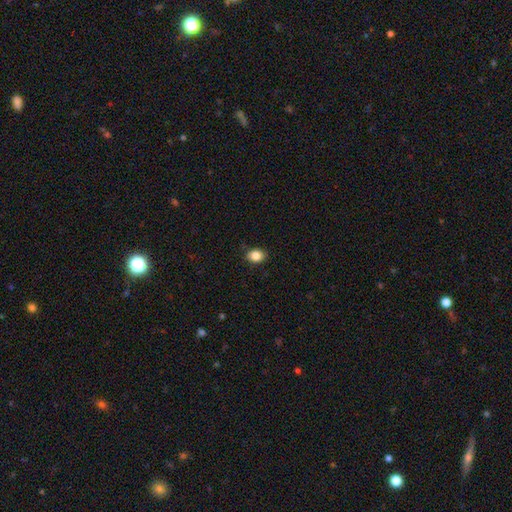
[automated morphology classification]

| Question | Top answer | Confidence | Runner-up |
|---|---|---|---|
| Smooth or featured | smooth | 85% | star or artifact (10%) |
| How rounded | in between | 59% | round (40%) |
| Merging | none | 88% | minor disturbance (9%) |